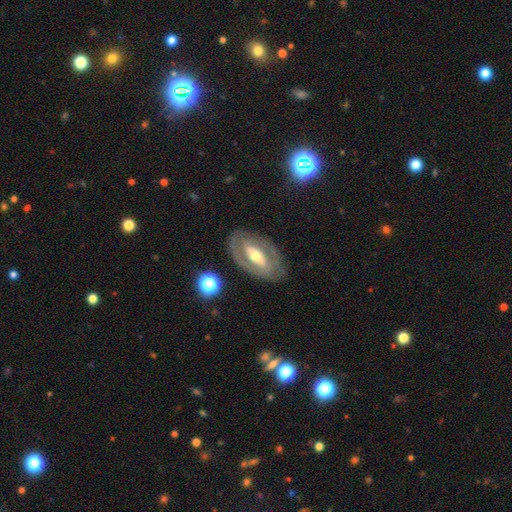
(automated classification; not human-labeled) Smooth or featured: featured or disk — 73% (smooth — 21%)
Edge-on disk: no — 91% (yes — 9%)
Bar: strong — 37% (no — 32%)
Spiral arms: yes — 56% (no — 44%)
Bulge size: moderate — 61% (small — 29%)
Merging: none — 79% (minor disturbance — 13%)